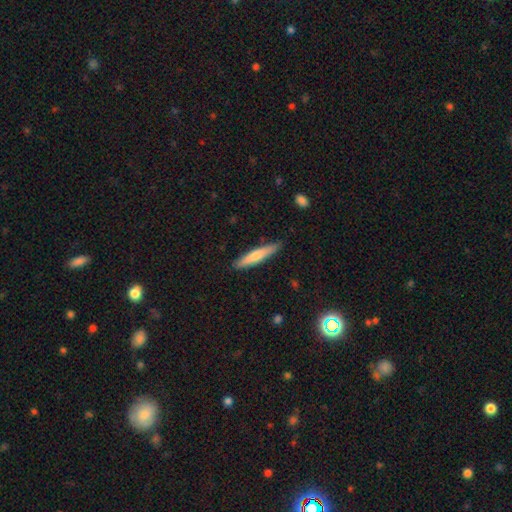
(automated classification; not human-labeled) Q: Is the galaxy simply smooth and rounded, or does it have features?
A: smooth — 69%.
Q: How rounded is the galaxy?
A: cigar-shaped — 89%.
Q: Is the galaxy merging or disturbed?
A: none — 86%.